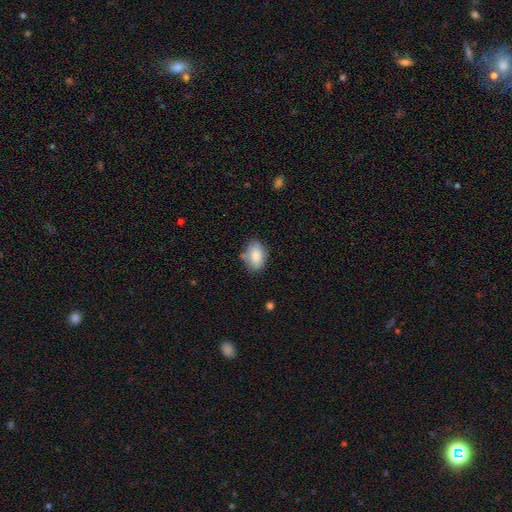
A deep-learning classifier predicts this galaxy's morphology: Smooth or featured?
  - smooth: 85% *
  - featured or disk: 8%
  - star or artifact: 7%
How rounded?
  - in between: 87% *
  - round: 12%
  - cigar-shaped: 2%
Merging?
  - none: 71% *
  - minor disturbance: 20%
  - merger: 5%
  - major disturbance: 4%